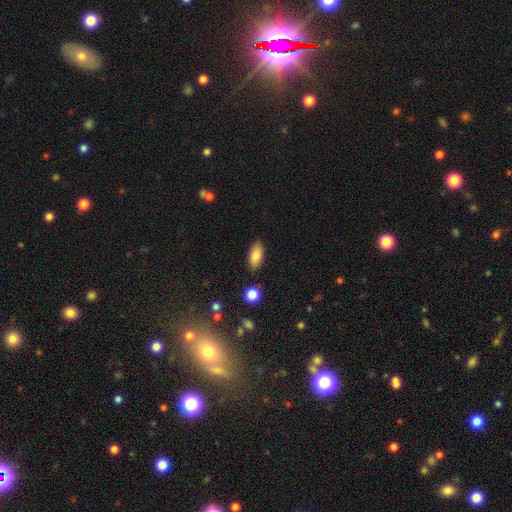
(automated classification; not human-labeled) This appears to be a smooth galaxy with no disk features (83%) that is in between round and cigar-shaped (89%). Merging: none (85%).